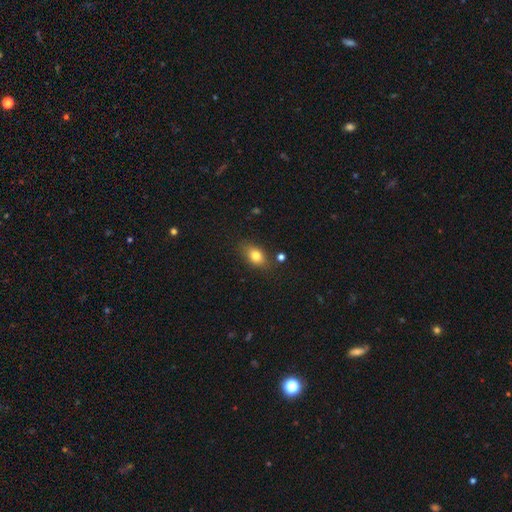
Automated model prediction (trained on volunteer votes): The model was most divided on "how rounded": in between: 78%, round: 17%, cigar-shaped: 5%. More confident: smooth or featured — smooth (79%); merging — none (78%).